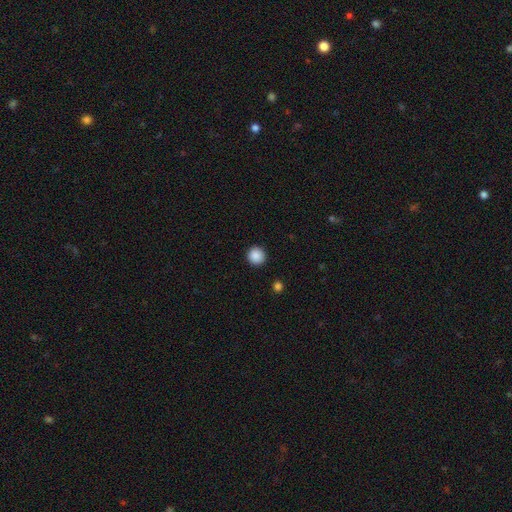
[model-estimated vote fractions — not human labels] Smooth or featured: smooth — 88% (star or artifact — 9%)
How rounded: round — 94% (in between — 5%)
Merging: none — 92% (minor disturbance — 5%)